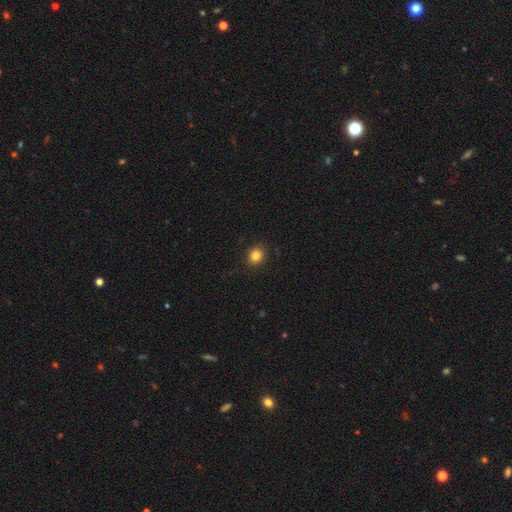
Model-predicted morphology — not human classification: Q: Smooth or featured?
A: smooth (83%); runner-up: star or artifact (11%)
Q: How rounded?
A: round (70%); runner-up: in between (29%)
Q: Merging?
A: none (89%); runner-up: minor disturbance (8%)